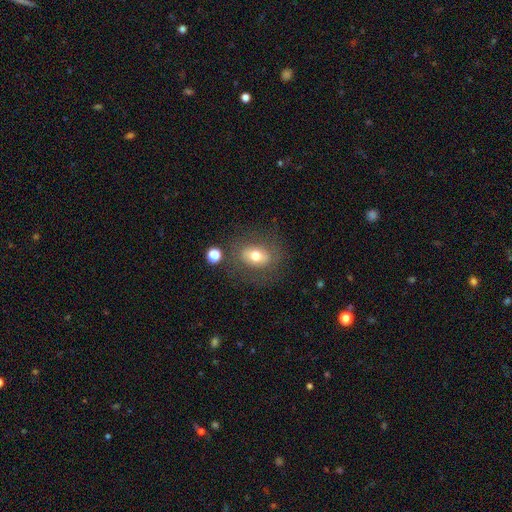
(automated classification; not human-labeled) This appears to be a smooth galaxy with no disk features (62%) that is in between round and cigar-shaped (63%). Merging: none (72%).